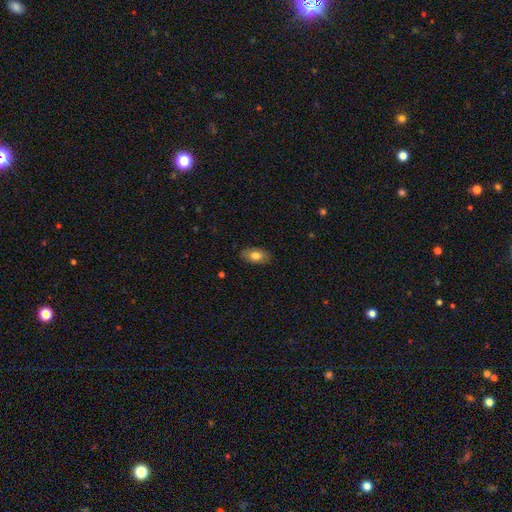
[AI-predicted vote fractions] A smooth galaxy with no disk features (76%) that is in between round and cigar-shaped (93%).

Vote fractions:
- Smooth or featured? smooth: 76% / featured or disk: 17% / star or artifact: 7%
- How rounded? in between: 93% / round: 5% / cigar-shaped: 2%
- Merging? none: 85% / minor disturbance: 12% / major disturbance: 2% / merger: 1%